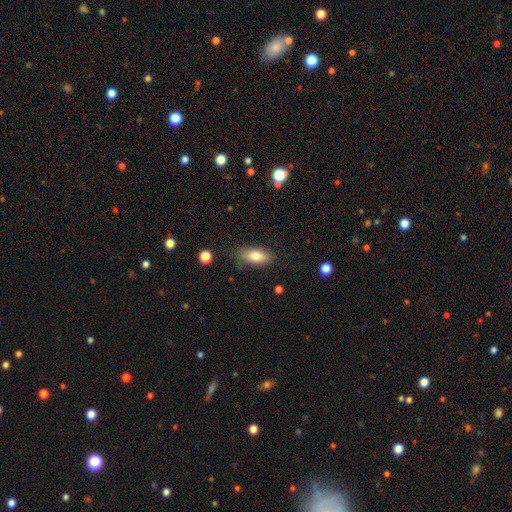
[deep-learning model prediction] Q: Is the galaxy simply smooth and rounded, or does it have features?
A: smooth — 75%.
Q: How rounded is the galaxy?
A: in between — 81%.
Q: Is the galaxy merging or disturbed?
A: none — 79%.